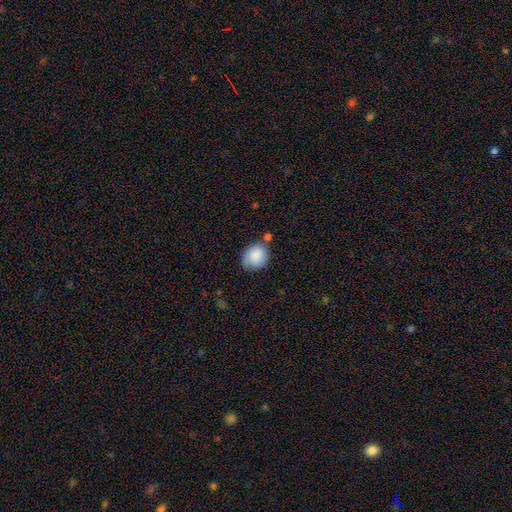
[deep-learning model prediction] A smooth galaxy with no disk features (87%) that is round (66%). Merging: none (66%).